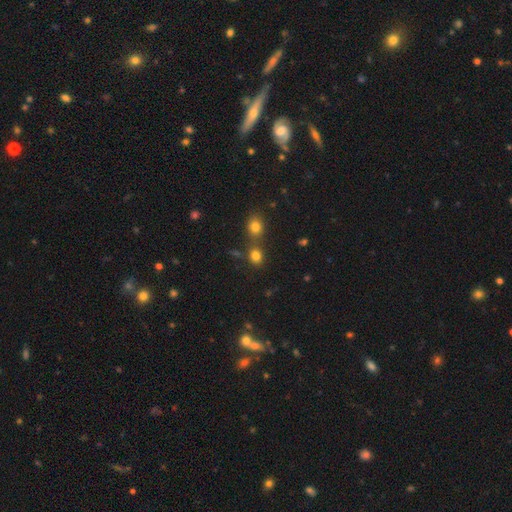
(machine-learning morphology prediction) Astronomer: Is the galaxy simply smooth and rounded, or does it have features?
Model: smooth — 78%.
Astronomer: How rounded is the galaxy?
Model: round — 62%.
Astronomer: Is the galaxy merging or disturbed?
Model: none — 58%.